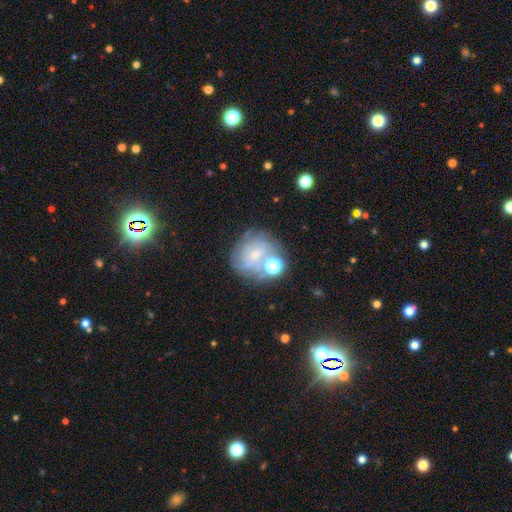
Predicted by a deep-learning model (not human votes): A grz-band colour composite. It shows a featured or disk galaxy (59%) with no bar (57%), spiral arms (80%) and a small central bulge (61%). Merging: none (59%).